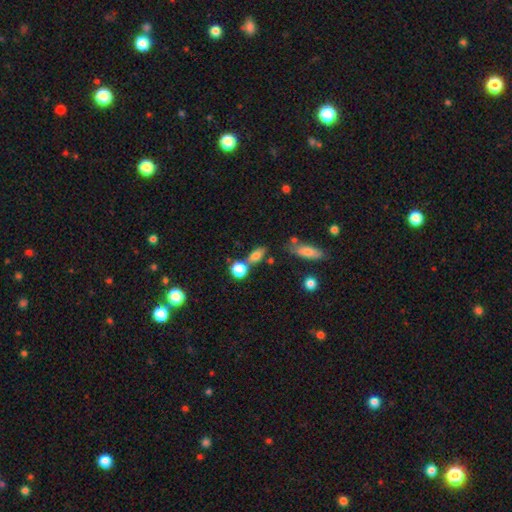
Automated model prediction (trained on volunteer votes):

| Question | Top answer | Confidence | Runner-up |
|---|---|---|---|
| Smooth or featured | smooth | 77% | featured or disk (12%) |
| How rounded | in between | 63% | round (23%) |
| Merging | none | 52% | merger (29%) |